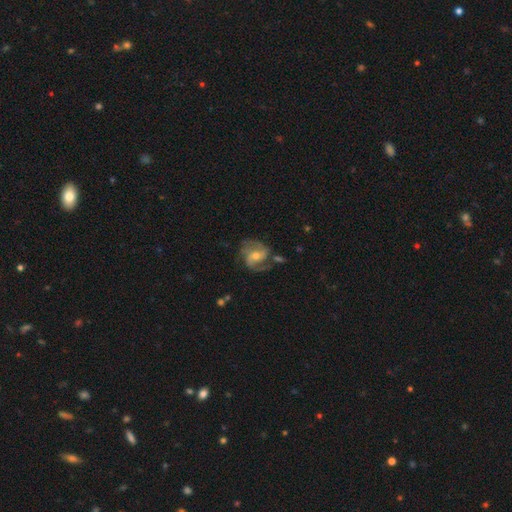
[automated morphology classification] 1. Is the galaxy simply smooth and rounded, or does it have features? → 84% featured or disk, 11% smooth, 6% star or artifact.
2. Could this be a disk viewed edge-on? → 98% no, 2% yes.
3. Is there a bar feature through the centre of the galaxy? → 45% weak, 36% no, 19% strong.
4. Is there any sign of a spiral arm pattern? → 95% yes, 5% no.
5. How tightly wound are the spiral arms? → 54% medium, 25% loose, 22% tight.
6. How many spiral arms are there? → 70% 2, 14% 3, 7% can't tell, 4% 1, 2% 4, 2% more than 4.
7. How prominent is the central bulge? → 55% moderate, 40% small, 3% large, 1% none, 1% dominant.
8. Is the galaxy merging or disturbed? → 61% none, 20% minor disturbance, 14% major disturbance, 6% merger.